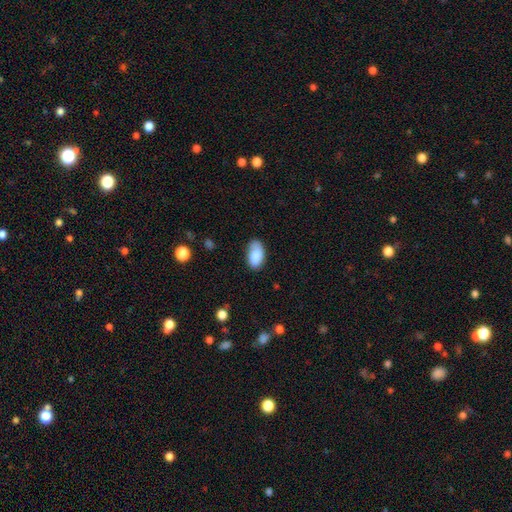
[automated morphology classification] Smooth or featured?
  - smooth: 84% *
  - featured or disk: 9%
  - star or artifact: 7%
How rounded?
  - in between: 94% *
  - round: 4%
  - cigar-shaped: 2%
Merging?
  - none: 66% *
  - minor disturbance: 25%
  - major disturbance: 6%
  - merger: 2%